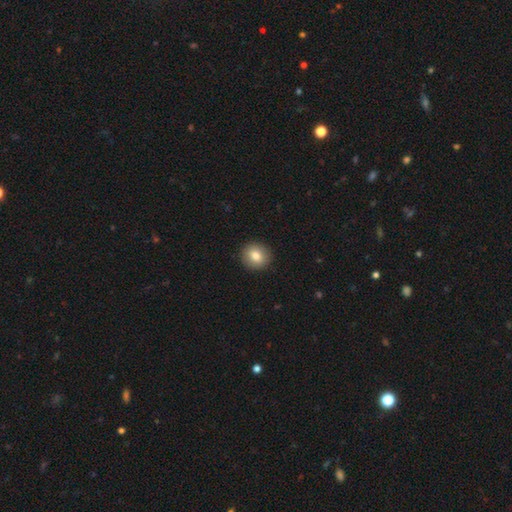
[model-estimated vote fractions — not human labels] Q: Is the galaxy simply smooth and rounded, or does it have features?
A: smooth — 81%.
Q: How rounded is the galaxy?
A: round — 87%.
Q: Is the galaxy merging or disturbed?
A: none — 92%.